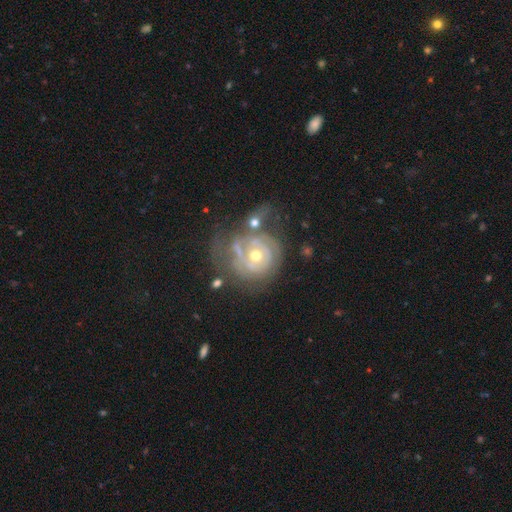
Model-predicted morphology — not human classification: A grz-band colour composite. It shows a featured or disk galaxy (82%) with no bar (78%), tight (74%) spiral arms (83%) and a moderate central bulge (61%). Merging: none (42%).